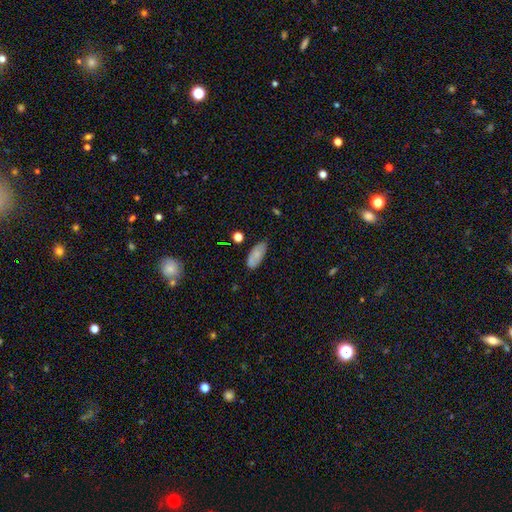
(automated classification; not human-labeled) Q: Smooth or featured?
A: smooth (77%); runner-up: featured or disk (15%)
Q: How rounded?
A: in between (88%); runner-up: cigar-shaped (10%)
Q: Merging?
A: none (72%); runner-up: minor disturbance (21%)